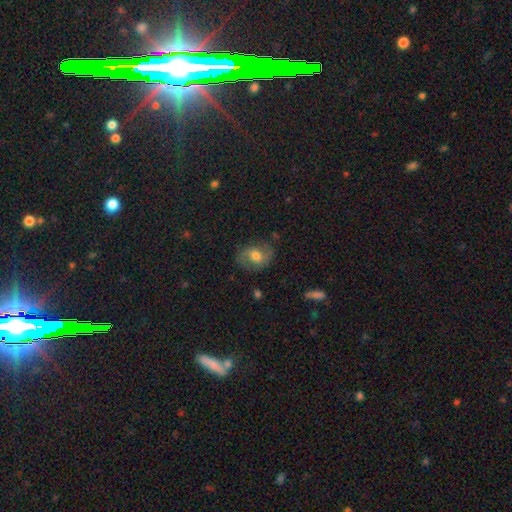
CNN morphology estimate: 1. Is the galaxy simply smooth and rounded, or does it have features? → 51% smooth, 40% featured or disk, 10% star or artifact.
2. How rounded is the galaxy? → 58% in between, 41% round, 1% cigar-shaped.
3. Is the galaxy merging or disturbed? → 75% none, 18% minor disturbance, 6% major disturbance, 2% merger.